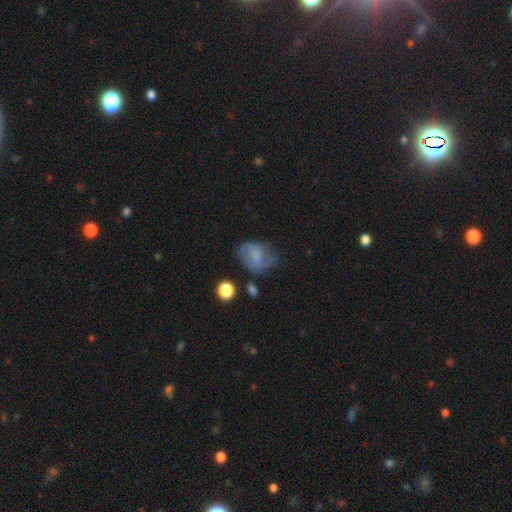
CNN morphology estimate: Overall: smooth (50%; featured or disk 40%). Merging: none (48%; minor disturbance 30%).